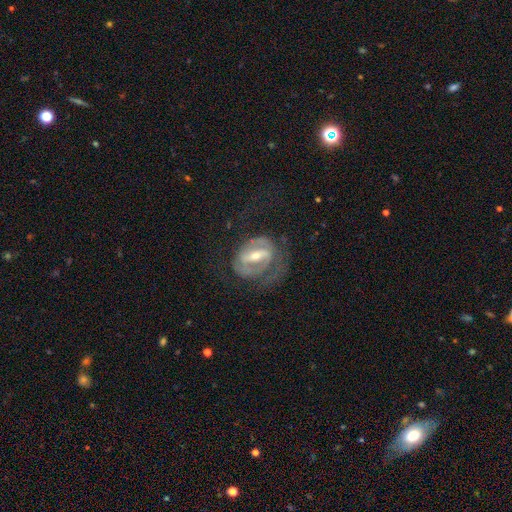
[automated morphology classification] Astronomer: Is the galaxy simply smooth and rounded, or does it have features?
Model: featured or disk — 83%.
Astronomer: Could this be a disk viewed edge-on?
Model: no — 94%.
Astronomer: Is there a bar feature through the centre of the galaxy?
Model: strong — 61%.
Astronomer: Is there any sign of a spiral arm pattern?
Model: yes — 79%.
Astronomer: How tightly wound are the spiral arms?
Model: tight — 45% (runner-up: medium, 38%).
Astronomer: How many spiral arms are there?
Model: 2 — 65%.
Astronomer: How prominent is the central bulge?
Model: moderate — 56% (runner-up: small, 37%).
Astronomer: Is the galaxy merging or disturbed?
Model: none — 56%.